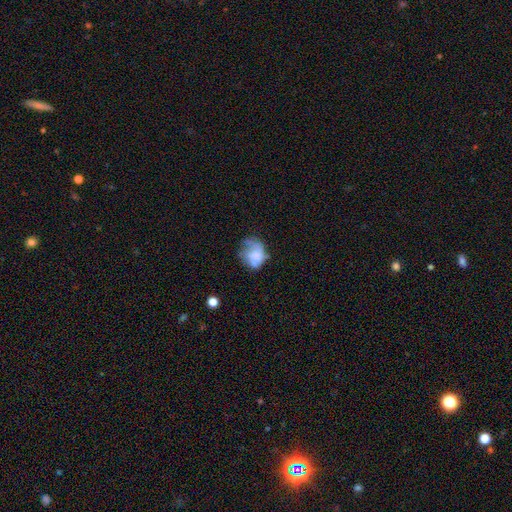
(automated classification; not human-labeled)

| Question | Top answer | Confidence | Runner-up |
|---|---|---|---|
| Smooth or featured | smooth | 51% | featured or disk (40%) |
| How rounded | in between | 54% | round (45%) |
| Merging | none | 36% | minor disturbance (30%) |